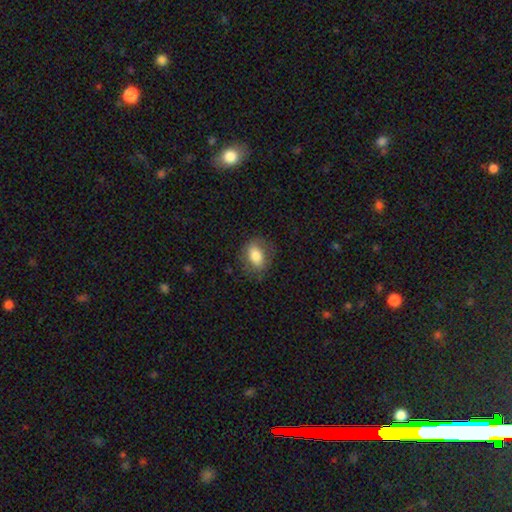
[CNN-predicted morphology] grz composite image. It shows a smooth galaxy with no disk features (75%) that is in between round and cigar-shaped (77%). Merging: none (74%).